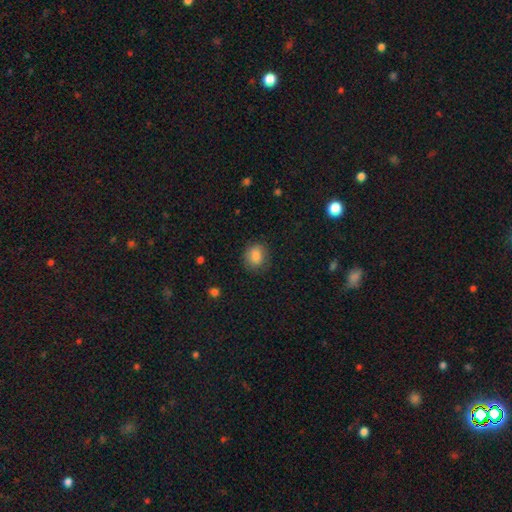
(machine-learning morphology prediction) Overall: smooth (81%). How rounded: round (72%). Merging: none (81%).